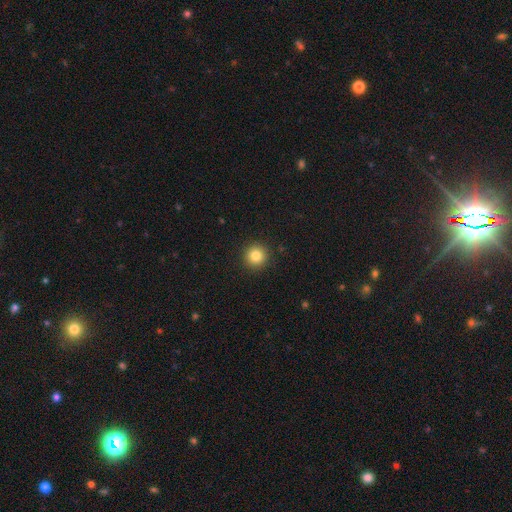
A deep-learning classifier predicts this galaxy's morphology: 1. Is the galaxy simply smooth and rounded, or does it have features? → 83% smooth, 11% star or artifact, 6% featured or disk.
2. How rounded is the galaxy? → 95% round, 4% in between, 1% cigar-shaped.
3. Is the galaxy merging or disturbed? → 92% none, 5% minor disturbance, 2% major disturbance, 1% merger.